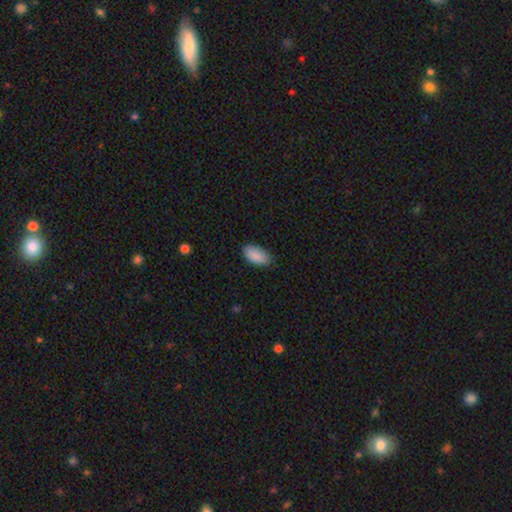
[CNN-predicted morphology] This appears to be a smooth galaxy with no disk features (90%) that is in between round and cigar-shaped (94%). Merging: none (80%).